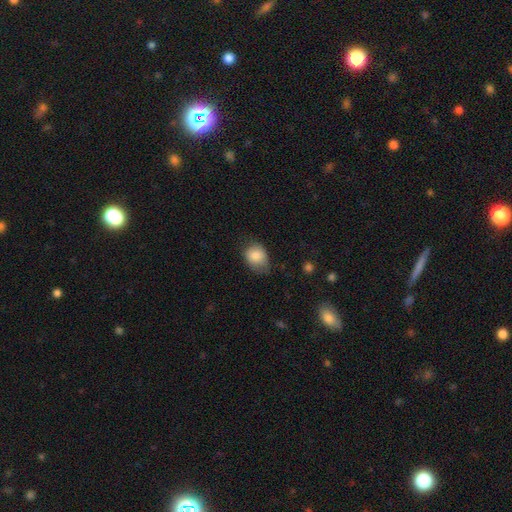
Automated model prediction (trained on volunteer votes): This is clearly a smooth galaxy (84%). How rounded: possibly in between (58%). Merging: possibly none (54%).